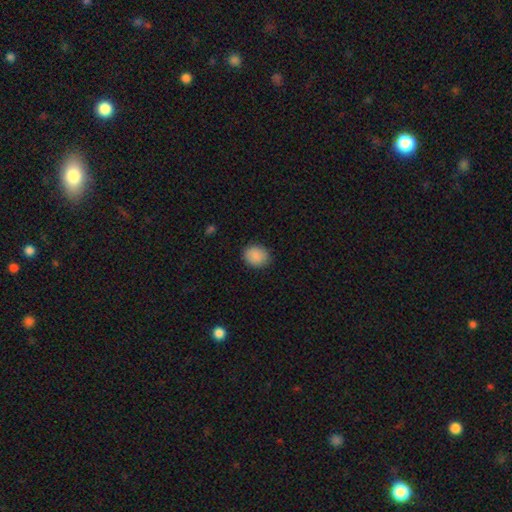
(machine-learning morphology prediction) smooth 89%, star or artifact 8%, featured or disk 4%. Down the decision tree: how rounded — round (65%); merging — none (87%).